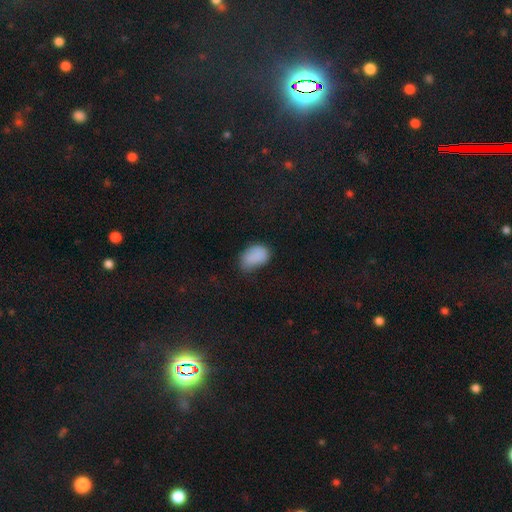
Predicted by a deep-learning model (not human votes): Overall: smooth (85%). How rounded: in between (88%). Merging: none (46%; minor disturbance 37%).